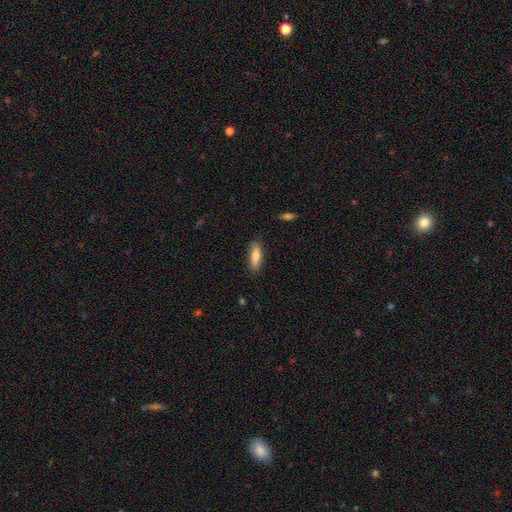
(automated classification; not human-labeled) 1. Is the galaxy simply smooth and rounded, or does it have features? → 73% smooth, 20% featured or disk, 6% star or artifact.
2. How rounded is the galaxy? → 53% cigar-shaped, 45% in between, 2% round.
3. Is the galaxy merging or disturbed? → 86% none, 11% minor disturbance, 2% major disturbance, 1% merger.